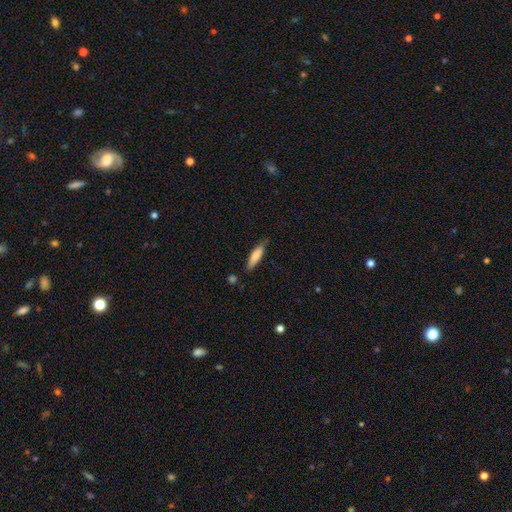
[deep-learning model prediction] Smooth or featured?
  - smooth: 74% *
  - featured or disk: 20%
  - star or artifact: 6%
How rounded?
  - cigar-shaped: 71% *
  - in between: 27%
  - round: 1%
Merging?
  - none: 76% *
  - minor disturbance: 18%
  - major disturbance: 3%
  - merger: 3%